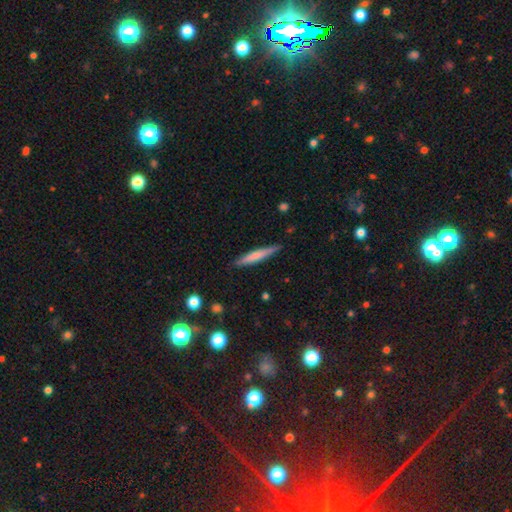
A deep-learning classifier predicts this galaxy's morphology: A smooth galaxy with no disk features (62%) that is cigar-shaped (94%). Merging: none (88%).